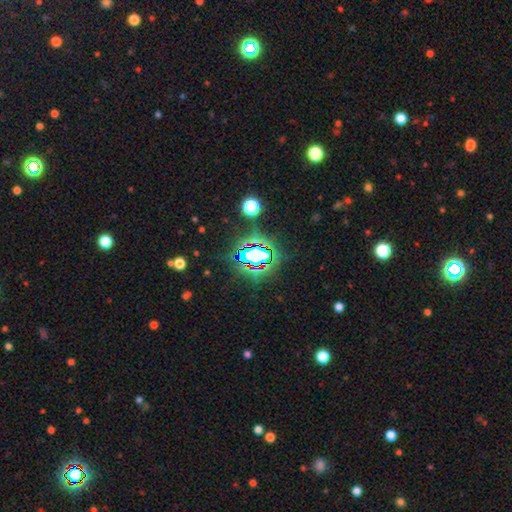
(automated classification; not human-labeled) smooth_or_featured: star or artifact (p=0.67) [alt: smooth p=0.20]